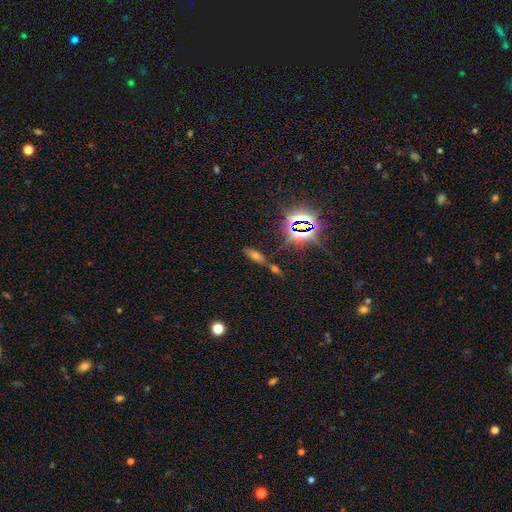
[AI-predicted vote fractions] Smooth or featured: star or artifact — 42% (smooth — 39%)